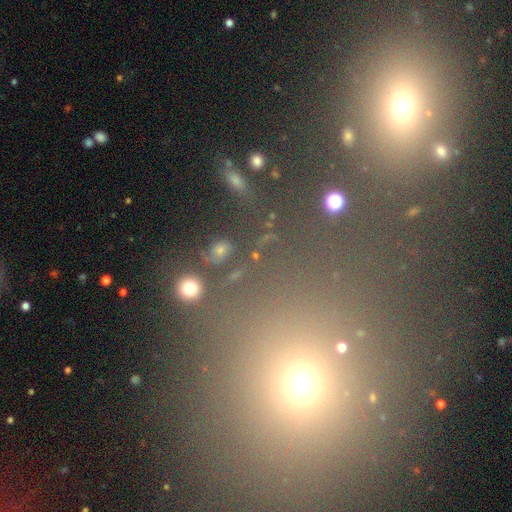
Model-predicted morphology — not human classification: Q: Smooth or featured?
A: star or artifact (46%); runner-up: smooth (43%)